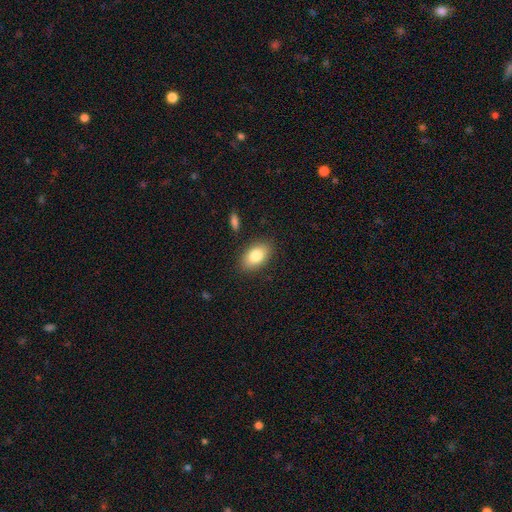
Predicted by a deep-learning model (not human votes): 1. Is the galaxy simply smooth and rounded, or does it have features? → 82% smooth, 10% featured or disk, 7% star or artifact.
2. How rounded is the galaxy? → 92% in between, 6% round, 2% cigar-shaped.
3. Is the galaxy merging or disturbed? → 86% none, 10% minor disturbance, 3% major disturbance, 2% merger.